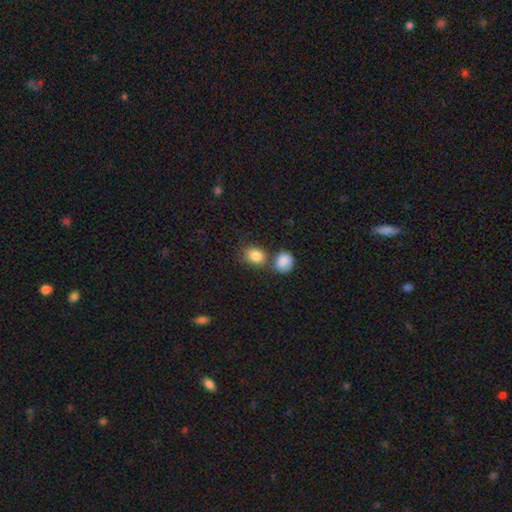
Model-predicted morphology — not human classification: This is clearly a smooth galaxy (85%). How rounded: possibly round (53%). Merging: possibly none (52%).